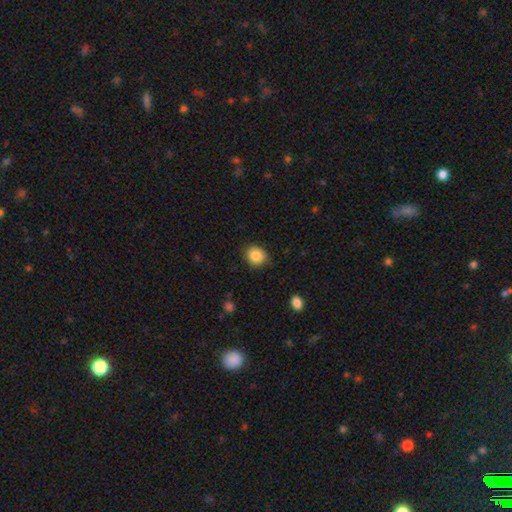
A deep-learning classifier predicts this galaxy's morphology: Smooth or featured: smooth — 87% (star or artifact — 9%)
How rounded: round — 72% (in between — 28%)
Merging: none — 86% (minor disturbance — 11%)